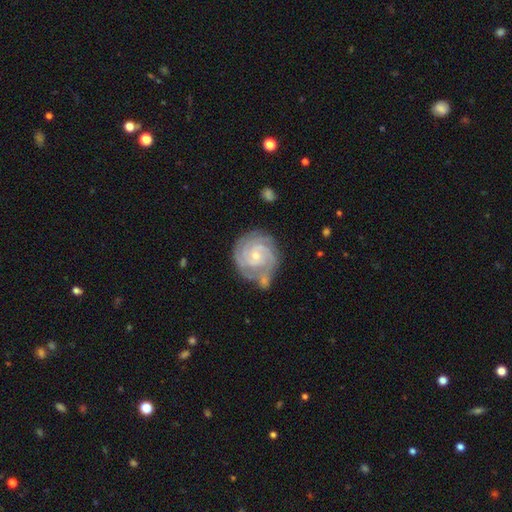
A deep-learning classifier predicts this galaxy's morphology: Smooth or featured? featured or disk (86%)
Edge-on disk? no (98%)
Bar? no (70%)
Spiral arms? yes (98%)
Spiral winding? tight (78%)
Spiral arm count? 3 (34%)
Bulge size? small (72%)
Merging? none (62%)